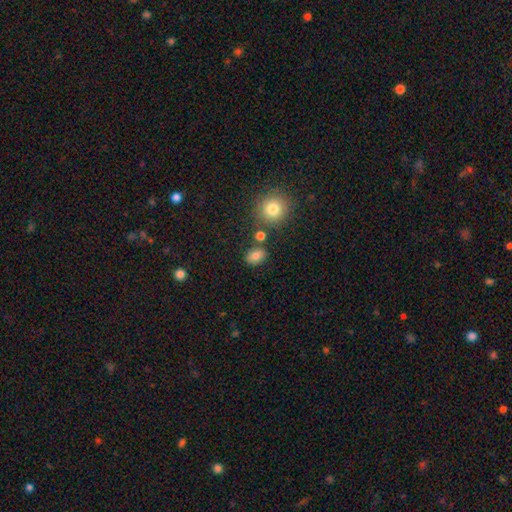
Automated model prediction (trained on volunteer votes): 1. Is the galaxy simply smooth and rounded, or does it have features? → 80% smooth, 12% star or artifact, 9% featured or disk.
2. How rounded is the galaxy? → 65% in between, 34% round, 1% cigar-shaped.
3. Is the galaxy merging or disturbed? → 78% none, 11% minor disturbance, 8% merger, 3% major disturbance.